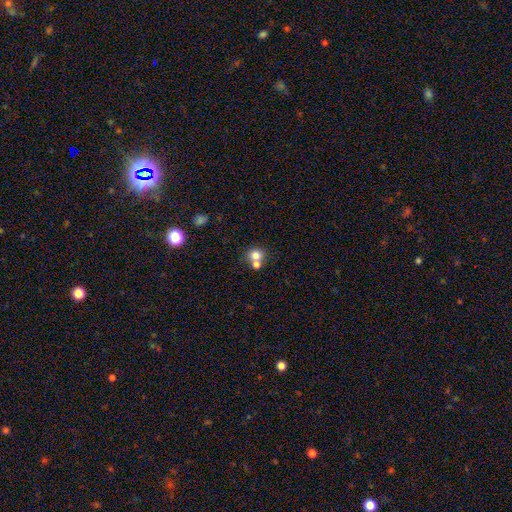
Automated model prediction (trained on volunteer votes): Smooth or featured: smooth — 76% (star or artifact — 12%)
How rounded: round — 77% (in between — 22%)
Merging: merger — 47% (none — 43%)